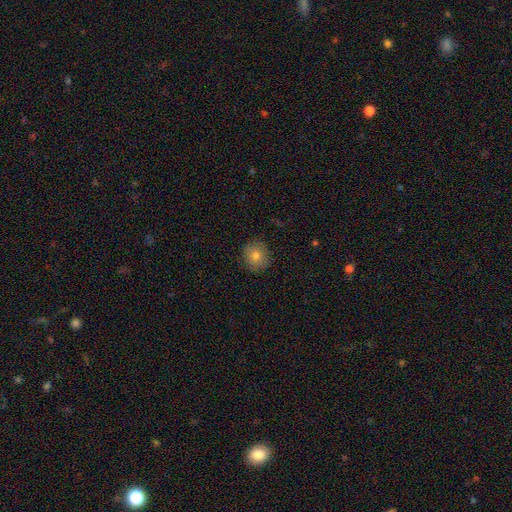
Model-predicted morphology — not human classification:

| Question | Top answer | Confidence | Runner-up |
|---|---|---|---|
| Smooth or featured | smooth | 77% | featured or disk (12%) |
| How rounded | round | 85% | in between (14%) |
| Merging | none | 88% | minor disturbance (9%) |